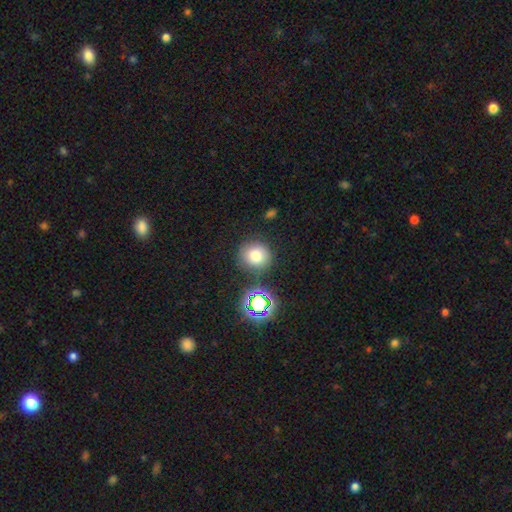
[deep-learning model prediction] Smooth or featured? smooth (74%)
How rounded? round (89%)
Merging? none (81%)